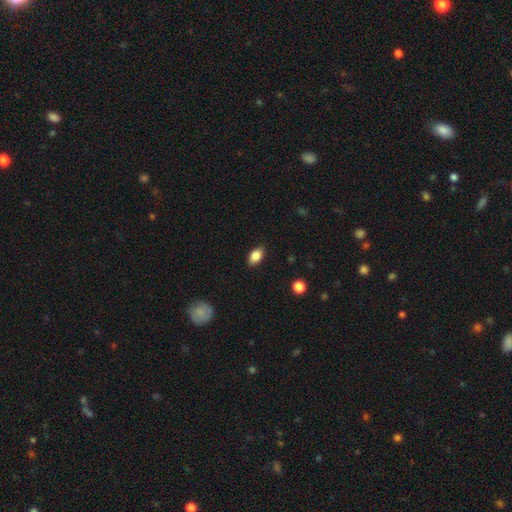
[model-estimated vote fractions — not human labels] A smooth galaxy with no disk features (82%) that is in between round and cigar-shaped (87%). Merging: none (86%).